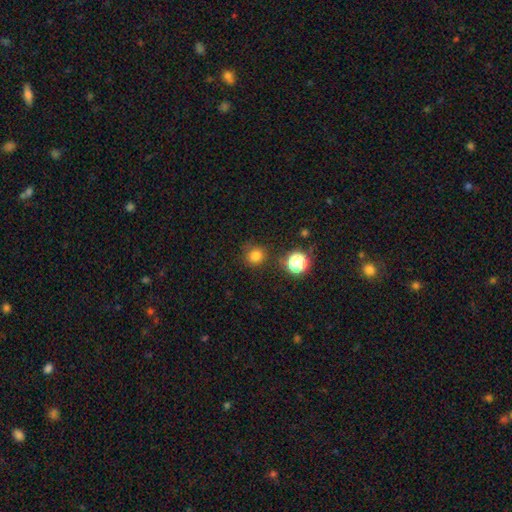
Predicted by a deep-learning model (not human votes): Smooth or featured? Predicted: smooth (p=0.79). How rounded? Predicted: round (p=0.90). Merging? Predicted: none (p=0.83).